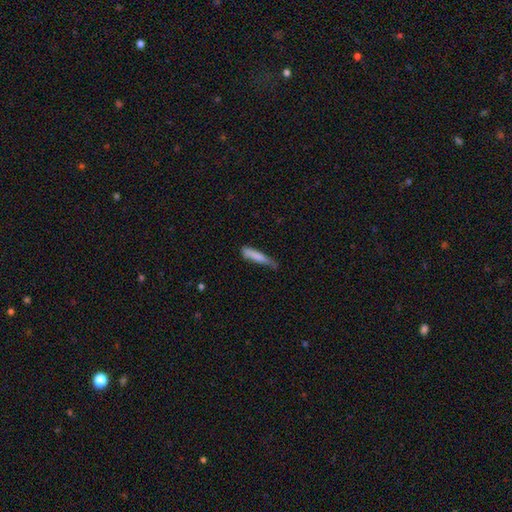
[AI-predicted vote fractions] Morphology: type=smooth (79%); roundness=cigar-shaped (89%); merging=none (51%).